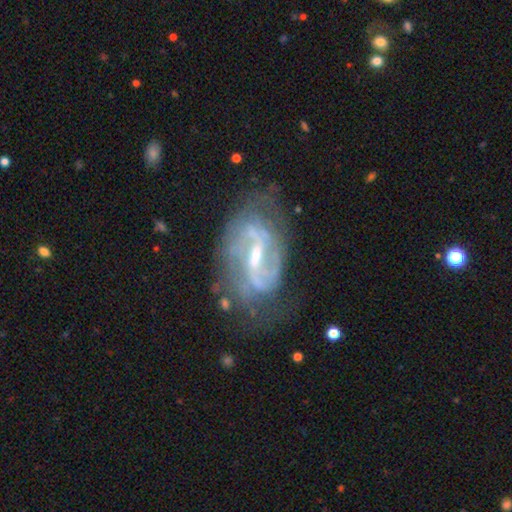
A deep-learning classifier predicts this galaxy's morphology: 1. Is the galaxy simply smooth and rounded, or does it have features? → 87% featured or disk, 7% smooth, 6% star or artifact.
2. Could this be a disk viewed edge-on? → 96% no, 4% yes.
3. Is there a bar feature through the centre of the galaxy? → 45% strong, 42% weak, 12% no.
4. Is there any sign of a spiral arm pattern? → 92% yes, 8% no.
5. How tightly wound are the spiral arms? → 45% medium, 30% tight, 25% loose.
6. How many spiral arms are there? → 68% 2, 16% can't tell, 7% 3, 4% 1, 3% 4, 2% more than 4.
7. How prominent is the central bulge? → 52% small, 42% moderate, 3% none, 2% large, 1% dominant.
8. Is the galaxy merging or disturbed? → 64% none, 21% minor disturbance, 12% major disturbance, 3% merger.